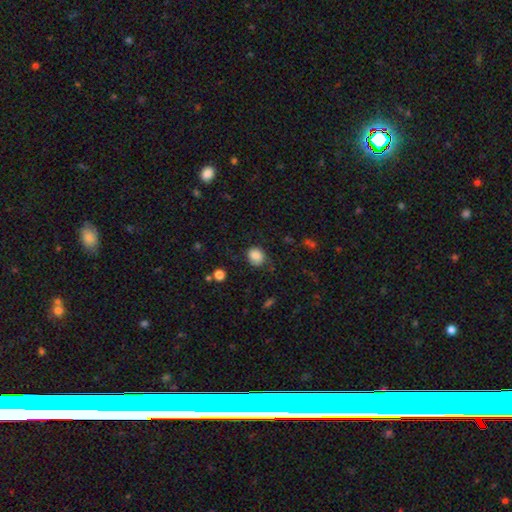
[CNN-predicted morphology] Smooth or featured?
  - smooth: 86% *
  - star or artifact: 9%
  - featured or disk: 5%
How rounded?
  - round: 62% *
  - in between: 37%
  - cigar-shaped: 1%
Merging?
  - none: 70% *
  - minor disturbance: 22%
  - major disturbance: 6%
  - merger: 2%